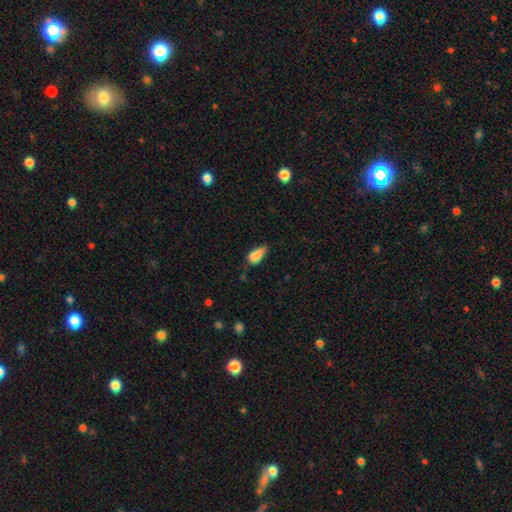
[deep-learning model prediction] This is likely a smooth galaxy (79%). How rounded: clearly in between (84%). Merging: possibly minor disturbance (46%).